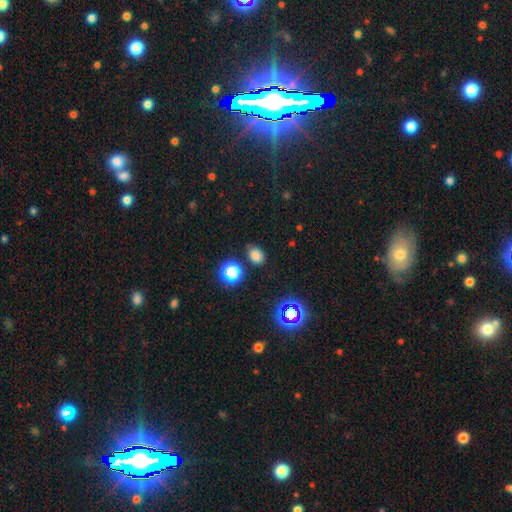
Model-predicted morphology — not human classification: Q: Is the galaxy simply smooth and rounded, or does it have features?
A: smooth — 75%.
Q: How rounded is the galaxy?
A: in between — 63%.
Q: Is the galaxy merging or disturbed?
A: none — 80%.